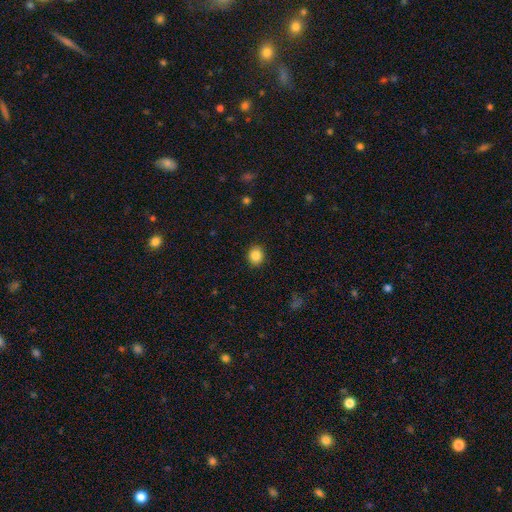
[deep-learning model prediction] Smooth or featured: smooth — 86% (star or artifact — 10%)
How rounded: round — 76% (in between — 23%)
Merging: none — 89% (minor disturbance — 8%)